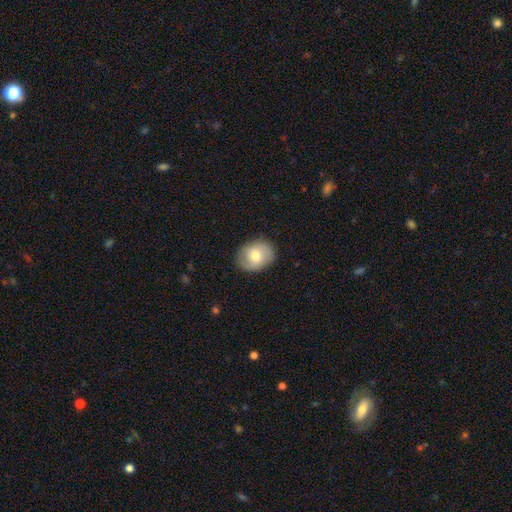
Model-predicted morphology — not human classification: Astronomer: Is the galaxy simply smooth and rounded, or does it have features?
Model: smooth — 67%.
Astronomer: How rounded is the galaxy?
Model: in between — 51% (runner-up: round, 48%).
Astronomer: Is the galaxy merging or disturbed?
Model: none — 82%.